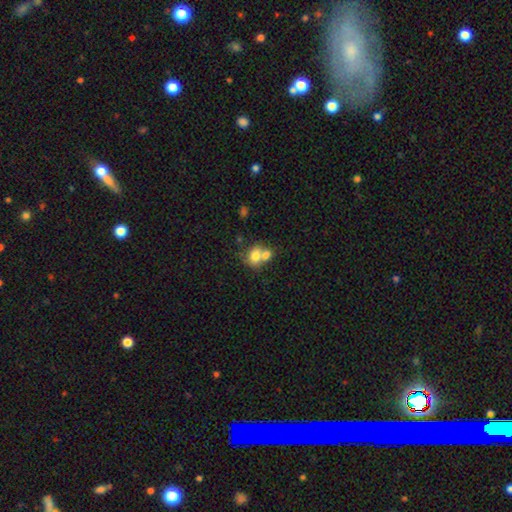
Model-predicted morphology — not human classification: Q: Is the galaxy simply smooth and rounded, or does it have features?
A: smooth — 74%.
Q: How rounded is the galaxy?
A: in between — 51%.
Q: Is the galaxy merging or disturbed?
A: merger — 62%.